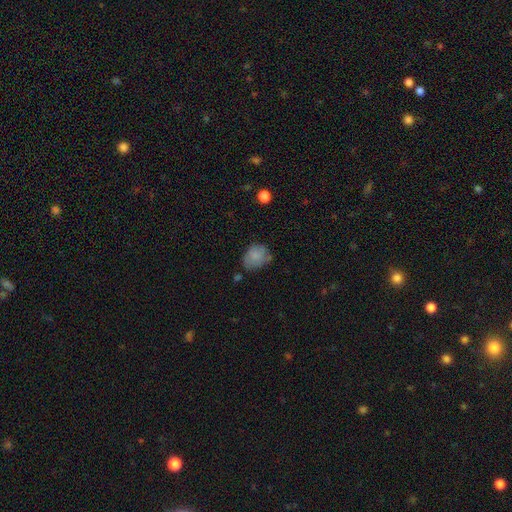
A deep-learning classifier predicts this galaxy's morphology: This appears to be a smooth galaxy with no disk features (79%) that is in between round and cigar-shaped (53%). Merging: none (55%).